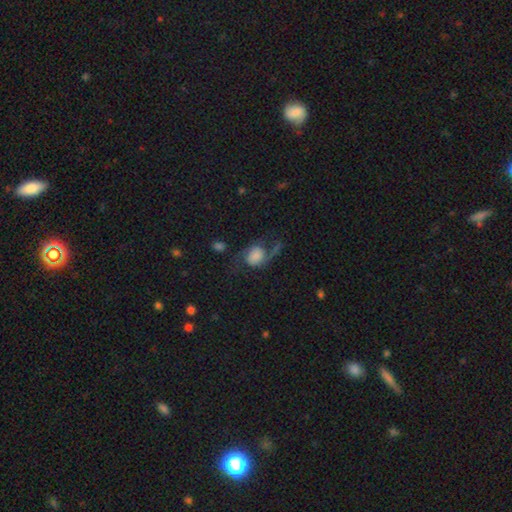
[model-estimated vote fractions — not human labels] featured or disk 61%, smooth 29%, star or artifact 9%. Down the decision tree: edge-on disk — no (97%); bar — no (68%); spiral arms — yes (91%); spiral arm count — 2 (88%); spiral winding — loose (72%); bulge size — large (28%); merging — none (49%).